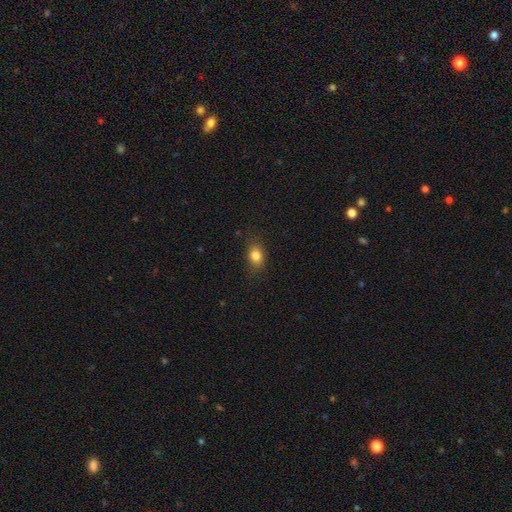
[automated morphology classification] smooth-or-featured: smooth: 82% | star or artifact: 10% | featured or disk: 7%
  how-rounded: in between: 65% | round: 34% | cigar-shaped: 2%
  merging: none: 81% | minor disturbance: 14% | major disturbance: 4% | merger: 1%